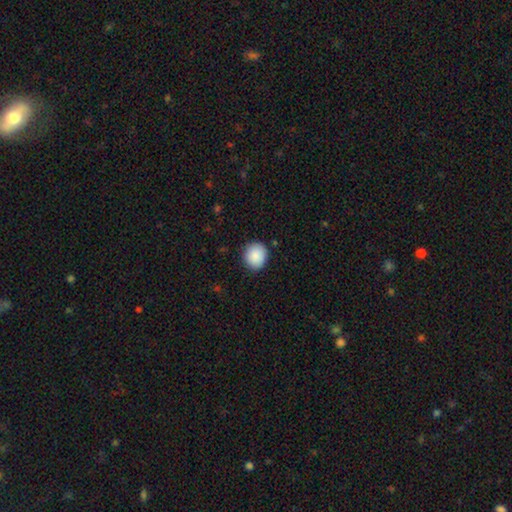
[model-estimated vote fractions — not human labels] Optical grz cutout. It shows a smooth galaxy with no disk features (89%) that is round (83%). Merging: none (87%).